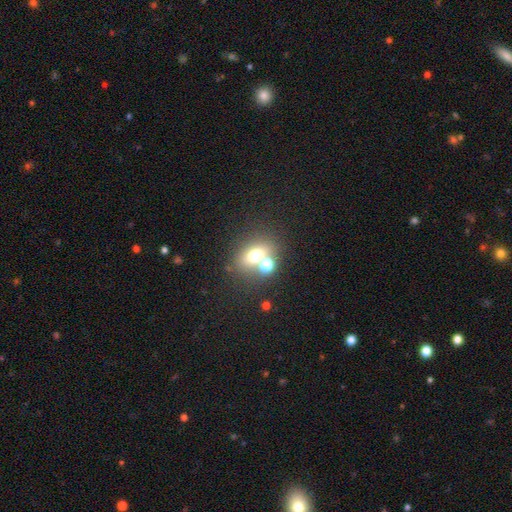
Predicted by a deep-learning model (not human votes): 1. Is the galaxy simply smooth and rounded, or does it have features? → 65% smooth, 18% featured or disk, 17% star or artifact.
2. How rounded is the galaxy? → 55% in between, 43% round, 2% cigar-shaped.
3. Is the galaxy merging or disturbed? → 52% none, 34% merger, 9% minor disturbance, 5% major disturbance.